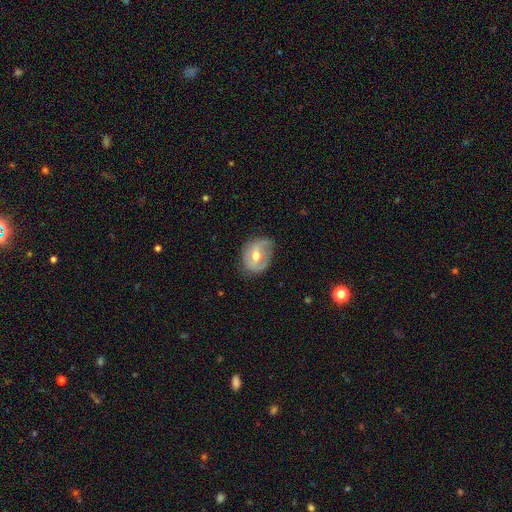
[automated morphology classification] The model was most divided on "bar": weak: 46%, strong: 28%, no: 26%. More confident: edge-on disk — no (95%); bulge size — moderate (75%); spiral arms — yes (61%); smooth or featured — featured or disk (60%); merging — none (58%).